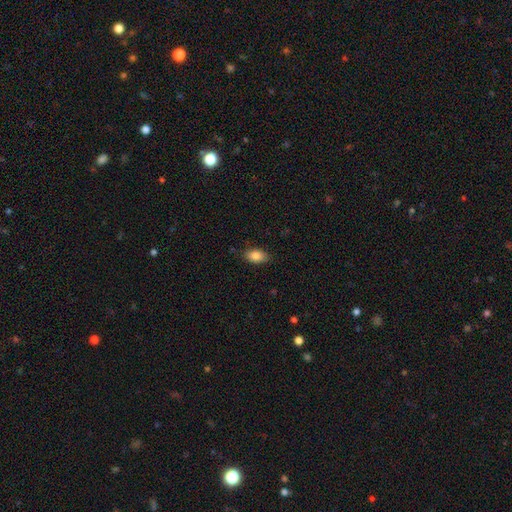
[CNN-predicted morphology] This is clearly a smooth galaxy (85%). How rounded: clearly in between (90%). Merging: clearly none (85%).